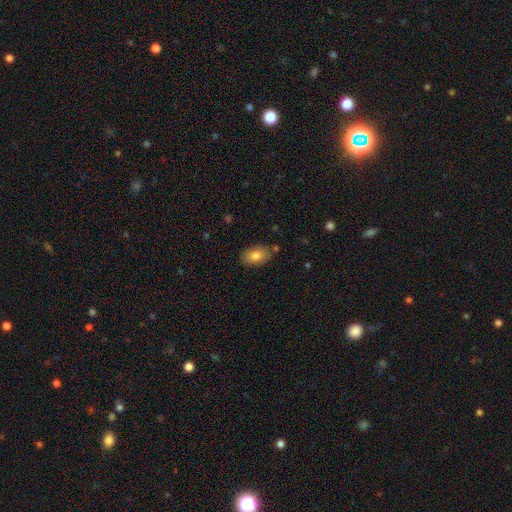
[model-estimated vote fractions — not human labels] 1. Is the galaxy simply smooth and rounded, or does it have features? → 80% smooth, 12% featured or disk, 7% star or artifact.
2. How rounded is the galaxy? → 90% in between, 9% round, 1% cigar-shaped.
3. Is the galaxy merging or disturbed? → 81% none, 13% minor disturbance, 3% merger, 3% major disturbance.